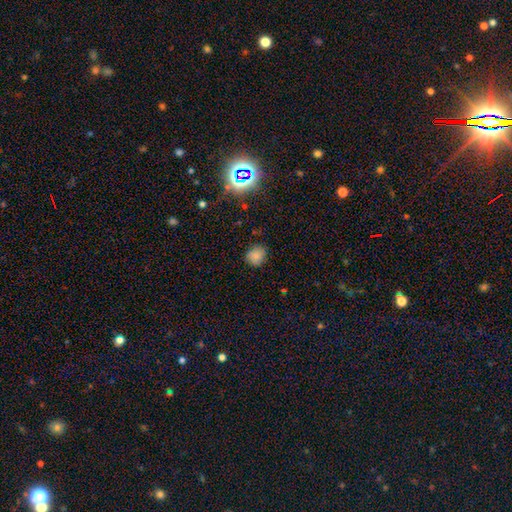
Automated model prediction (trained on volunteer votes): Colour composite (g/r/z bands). It shows a smooth galaxy with no disk features (79%) that is round (72%). Merging: none (80%).